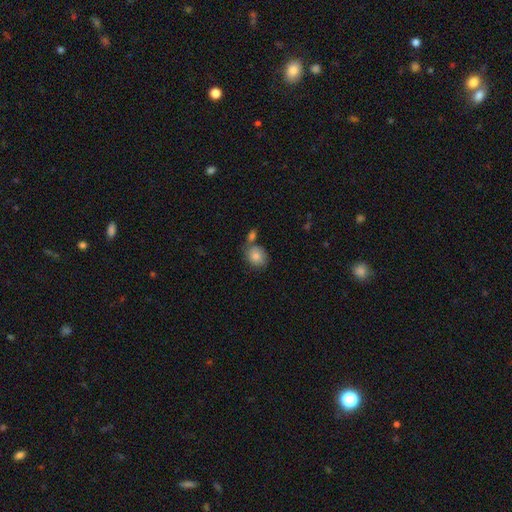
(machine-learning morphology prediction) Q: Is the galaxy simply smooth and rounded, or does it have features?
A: smooth — 82%.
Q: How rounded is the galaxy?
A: round — 56%.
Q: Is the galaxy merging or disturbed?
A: none — 53%.